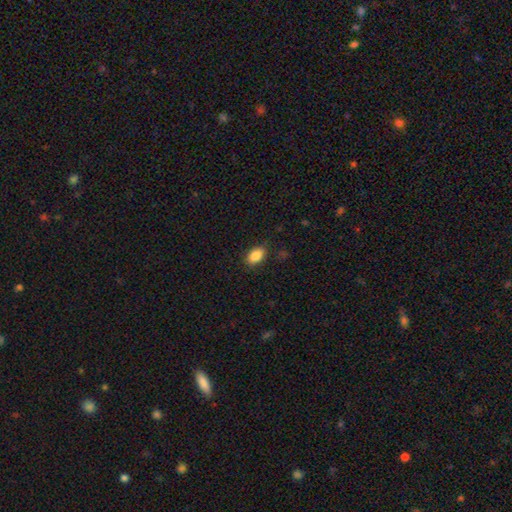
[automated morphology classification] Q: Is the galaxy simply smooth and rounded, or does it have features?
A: smooth — 87%.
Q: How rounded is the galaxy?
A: in between — 88%.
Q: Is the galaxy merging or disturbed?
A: none — 84%.